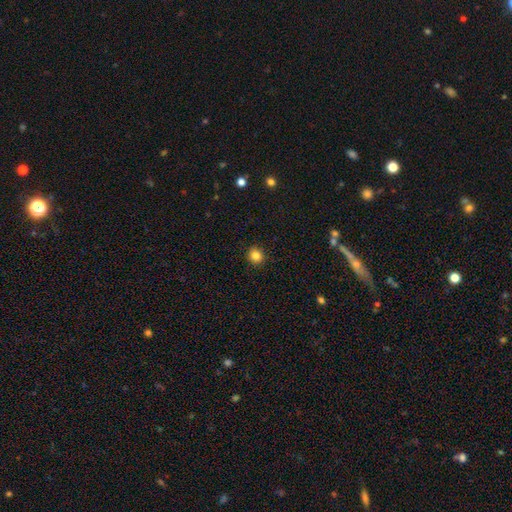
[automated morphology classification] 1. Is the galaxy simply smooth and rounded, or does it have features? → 84% smooth, 11% star or artifact, 5% featured or disk.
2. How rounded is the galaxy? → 88% round, 11% in between, 1% cigar-shaped.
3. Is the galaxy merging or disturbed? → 92% none, 5% minor disturbance, 2% major disturbance, 1% merger.